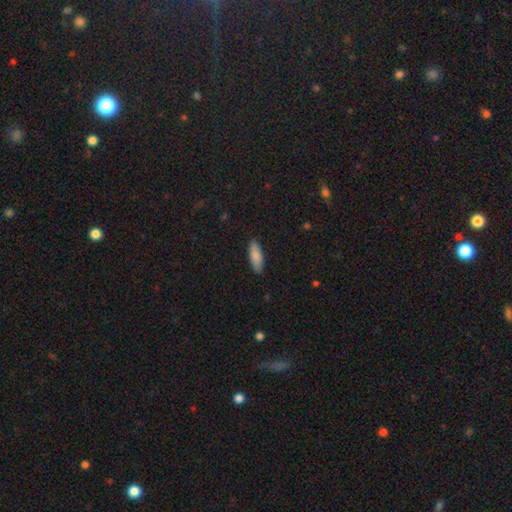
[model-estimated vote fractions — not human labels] Smooth or featured? Predicted: smooth (p=0.85). How rounded? Predicted: in between (p=0.59). Merging? Predicted: none (p=0.88).